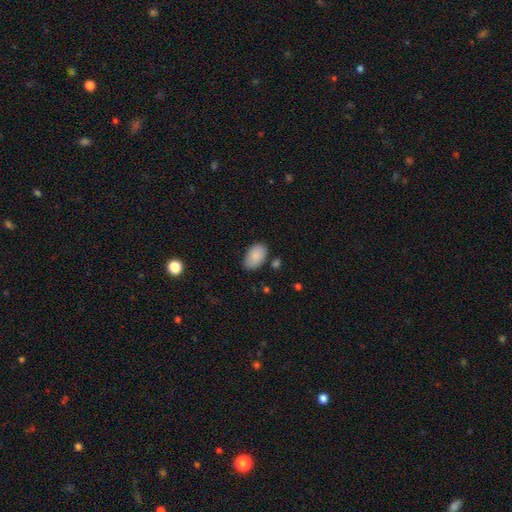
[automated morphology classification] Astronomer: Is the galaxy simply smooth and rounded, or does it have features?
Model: smooth — 88%.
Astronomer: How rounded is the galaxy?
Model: in between — 93%.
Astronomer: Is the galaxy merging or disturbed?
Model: none — 77%.